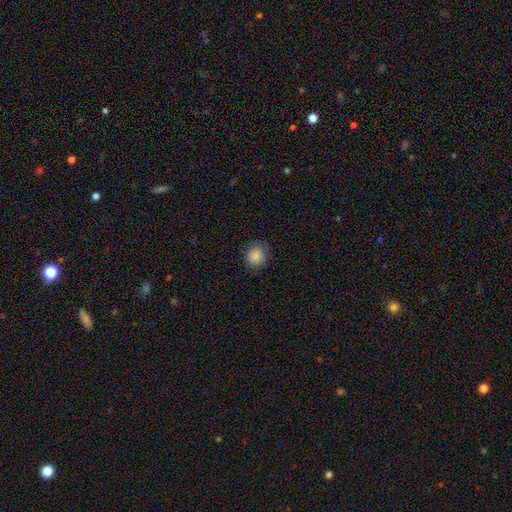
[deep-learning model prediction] Q: Smooth or featured?
A: smooth (87%); runner-up: star or artifact (9%)
Q: How rounded?
A: round (82%); runner-up: in between (17%)
Q: Merging?
A: none (83%); runner-up: minor disturbance (13%)